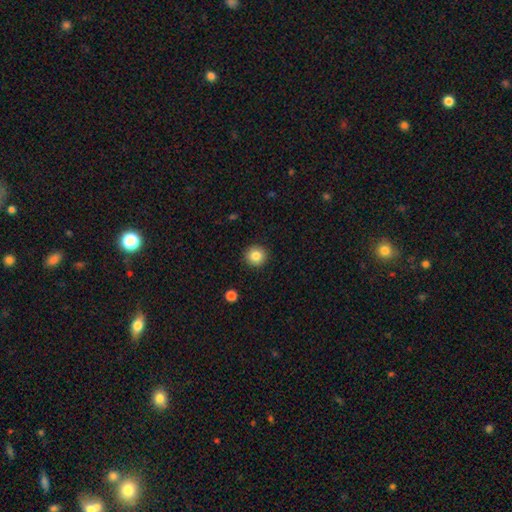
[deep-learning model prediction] Smooth or featured? Predicted: smooth (p=0.84). How rounded? Predicted: round (p=0.94). Merging? Predicted: none (p=0.92).